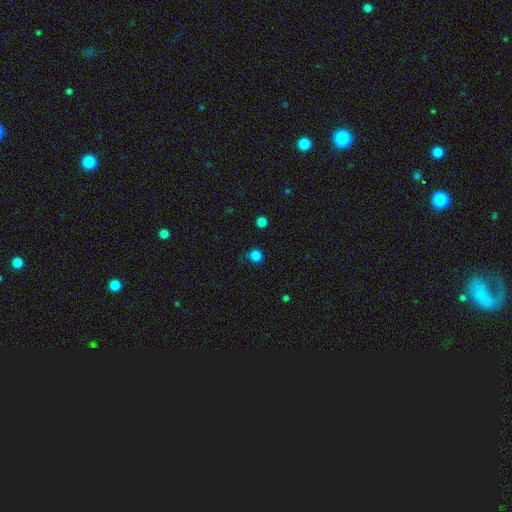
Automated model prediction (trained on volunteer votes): A smooth galaxy with no disk features (83%) that is round (93%). Merging: none (81%).